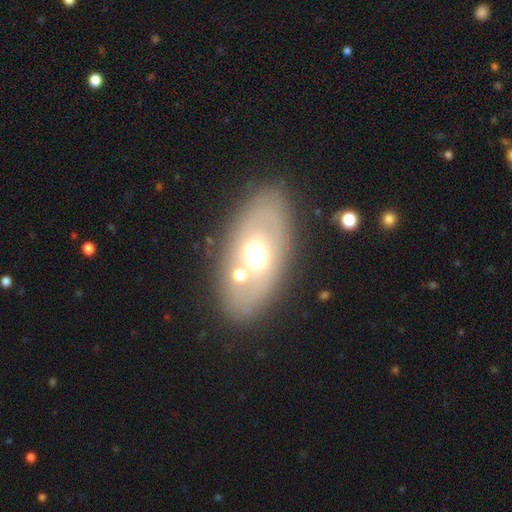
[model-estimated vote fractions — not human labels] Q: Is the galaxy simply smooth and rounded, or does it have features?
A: smooth — 48%.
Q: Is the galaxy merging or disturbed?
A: none — 78%.